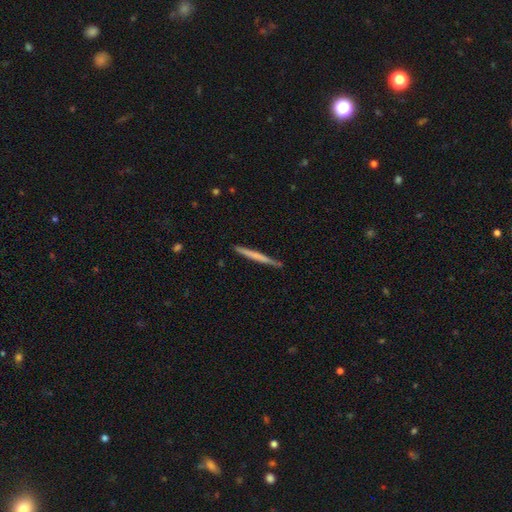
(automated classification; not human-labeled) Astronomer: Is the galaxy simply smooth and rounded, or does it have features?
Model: smooth — 53% (runner-up: featured or disk, 42%).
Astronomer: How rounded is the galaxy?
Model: cigar-shaped — 97%.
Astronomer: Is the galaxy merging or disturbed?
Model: none — 88%.